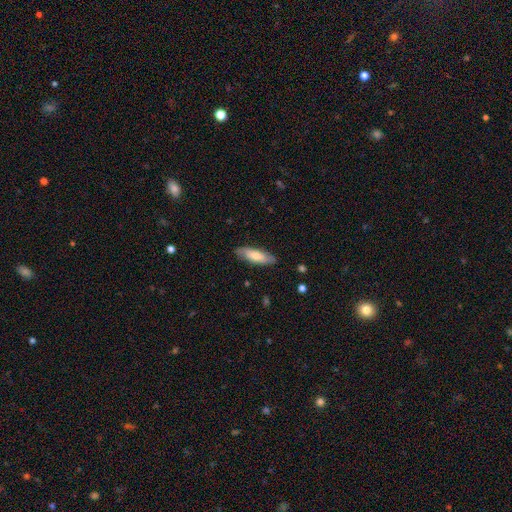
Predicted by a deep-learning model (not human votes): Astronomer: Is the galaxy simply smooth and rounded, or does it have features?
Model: smooth — 71%.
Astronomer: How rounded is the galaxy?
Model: in between — 53% (runner-up: cigar-shaped, 45%).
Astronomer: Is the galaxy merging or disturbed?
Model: none — 85%.